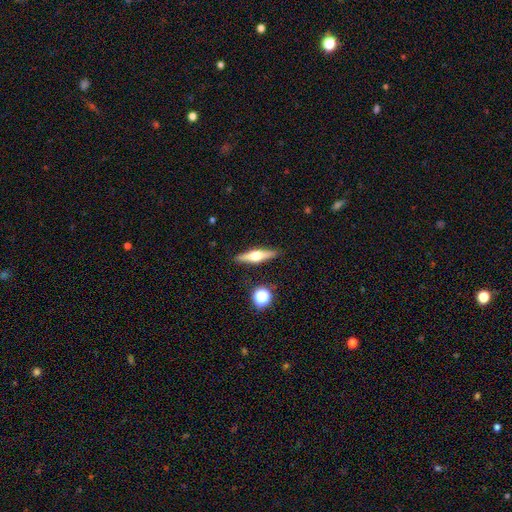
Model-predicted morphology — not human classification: smooth-or-featured: featured or disk: 61% | smooth: 32% | star or artifact: 7%
  disk-edge-on: yes: 96% | no: 4%
    edge-on-bulge: rounded: 93% | boxy: 5% | none: 2%
  merging: none: 89% | minor disturbance: 7% | merger: 2% | major disturbance: 2%